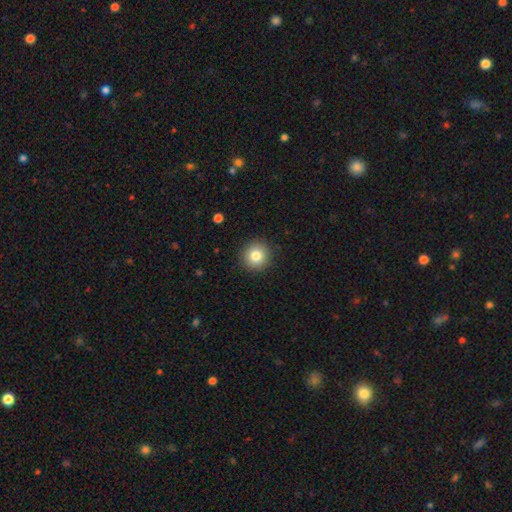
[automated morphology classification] smooth-or-featured: smooth: 81% | star or artifact: 11% | featured or disk: 8%
  how-rounded: round: 94% | in between: 5% | cigar-shaped: 1%
  merging: none: 91% | minor disturbance: 6% | major disturbance: 2% | merger: 1%